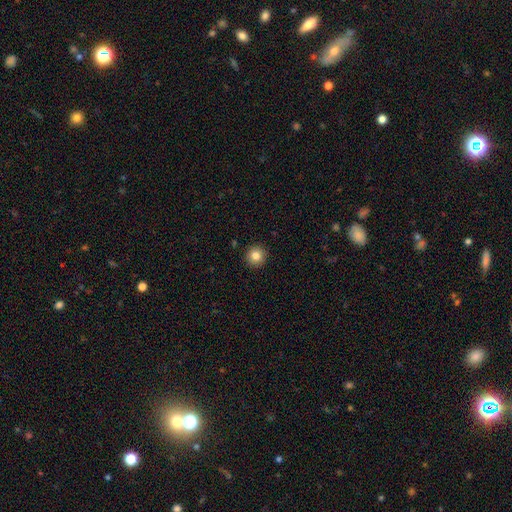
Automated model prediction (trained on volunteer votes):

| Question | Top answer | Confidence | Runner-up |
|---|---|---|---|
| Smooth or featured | smooth | 83% | star or artifact (10%) |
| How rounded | round | 95% | in between (4%) |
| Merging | none | 93% | minor disturbance (5%) |